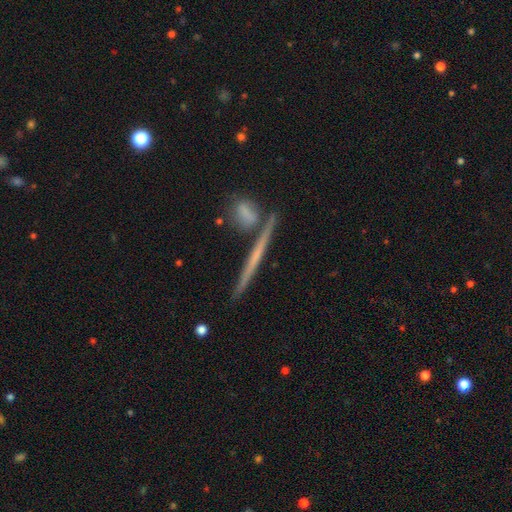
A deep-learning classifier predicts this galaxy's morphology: A featured or disk galaxy (60%) viewed edge-on (96%) with no central bulge (76%). Merging: none (79%).